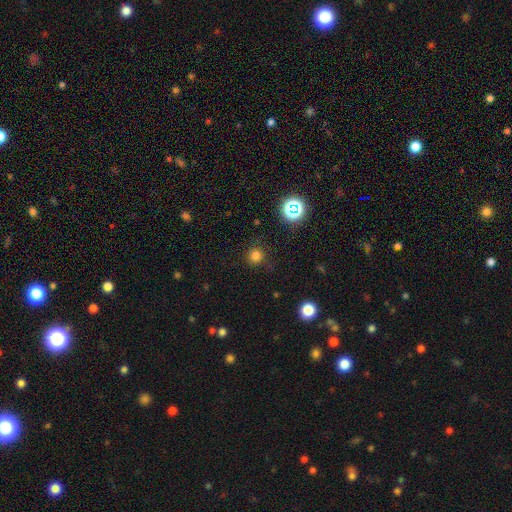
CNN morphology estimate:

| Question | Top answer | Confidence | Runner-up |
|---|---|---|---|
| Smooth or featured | smooth | 76% | star or artifact (20%) |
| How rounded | round | 94% | in between (5%) |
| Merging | none | 87% | minor disturbance (9%) |